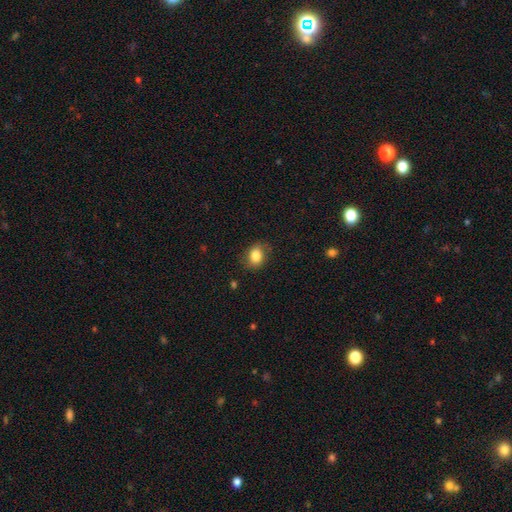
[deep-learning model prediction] A smooth galaxy with no disk features (82%) that is in between round and cigar-shaped (59%). Merging: none (77%).